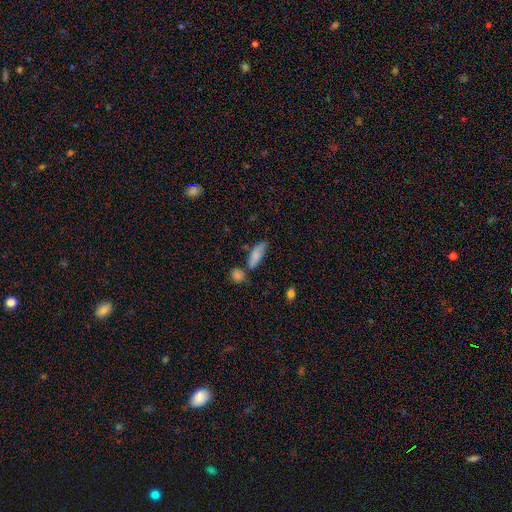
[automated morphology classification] Smooth or featured? Predicted: smooth (p=0.80). How rounded? Predicted: in between (p=0.66). Merging? Predicted: none (p=0.60).